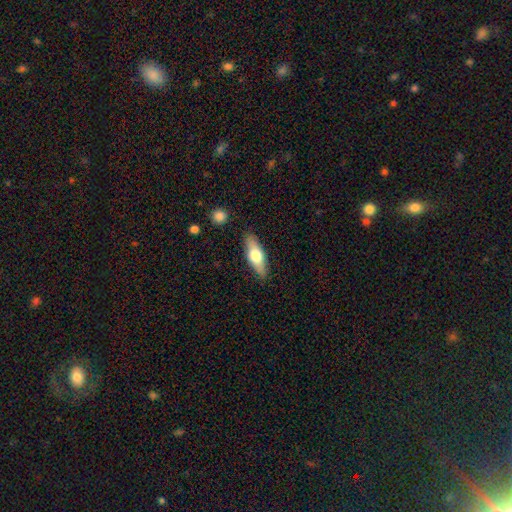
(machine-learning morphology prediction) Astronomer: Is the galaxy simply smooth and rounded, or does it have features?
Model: smooth — 57% (runner-up: featured or disk, 37%).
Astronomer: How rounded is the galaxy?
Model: in between — 60% (runner-up: cigar-shaped, 37%).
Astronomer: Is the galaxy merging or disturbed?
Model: none — 86%.